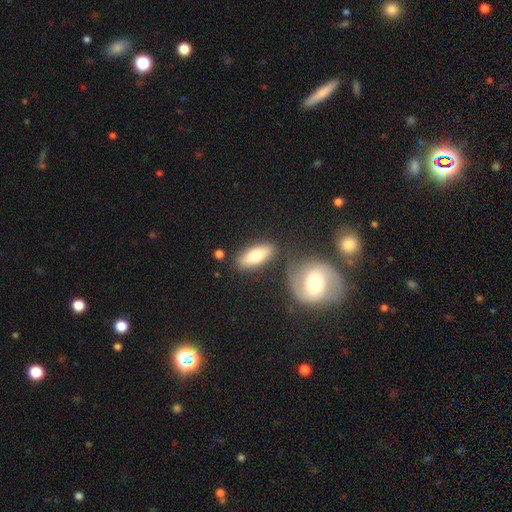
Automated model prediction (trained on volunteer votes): Q: Smooth or featured?
A: smooth (69%); runner-up: featured or disk (25%)
Q: How rounded?
A: in between (75%); runner-up: cigar-shaped (21%)
Q: Merging?
A: none (77%); runner-up: minor disturbance (11%)